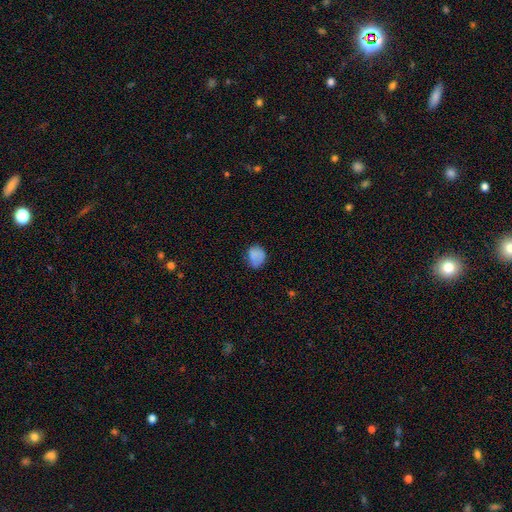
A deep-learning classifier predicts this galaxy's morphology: smooth-or-featured: smooth: 81% | star or artifact: 10% | featured or disk: 9%
  how-rounded: round: 54% | in between: 45% | cigar-shaped: 1%
  merging: none: 63% | minor disturbance: 27% | major disturbance: 7% | merger: 2%